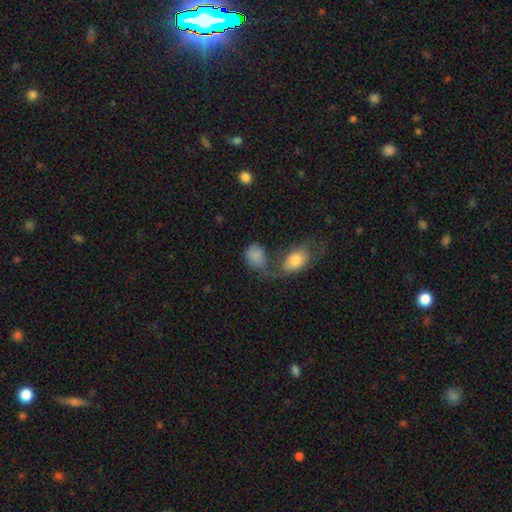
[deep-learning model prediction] Overall: smooth (79%). How rounded: in between (64%; round 34%). Merging: merger (39%; none 28%).